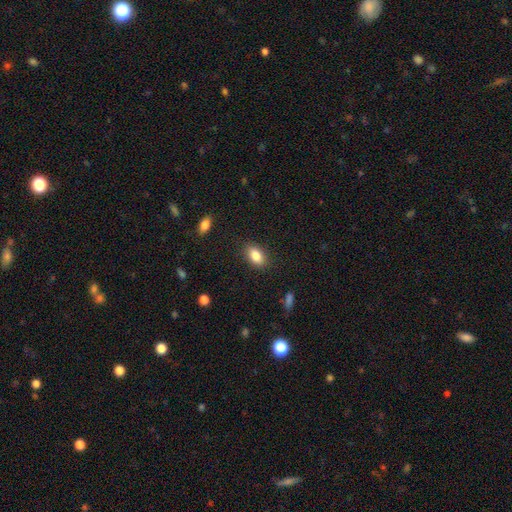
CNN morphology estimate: smooth-or-featured: smooth: 85% | star or artifact: 8% | featured or disk: 7%
  how-rounded: in between: 88% | round: 9% | cigar-shaped: 3%
  merging: none: 87% | minor disturbance: 10% | major disturbance: 3% | merger: 1%